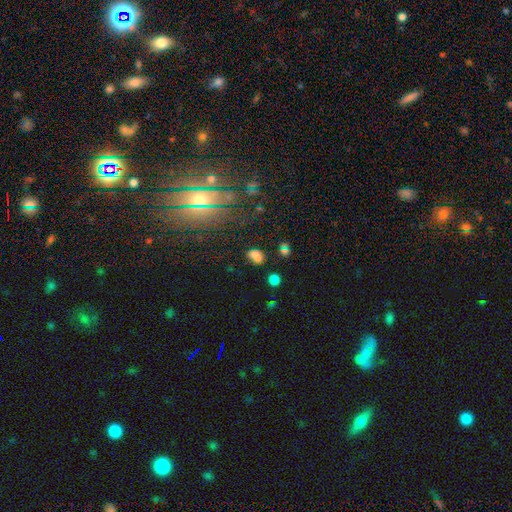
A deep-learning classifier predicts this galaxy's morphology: A smooth galaxy with no disk features (66%) that is in between round and cigar-shaped (57%).

Vote fractions:
- Smooth or featured? smooth: 66% / star or artifact: 22% / featured or disk: 11%
- How rounded? in between: 57% / round: 41% / cigar-shaped: 2%
- Merging? none: 49% / merger: 29% / minor disturbance: 14% / major disturbance: 7%